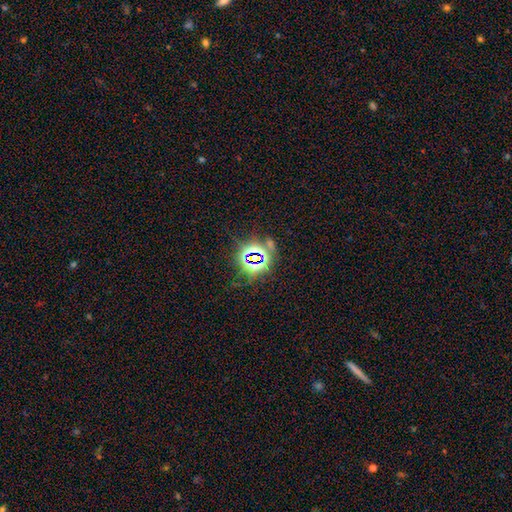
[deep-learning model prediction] A star or artifact, not a galaxy (77%).